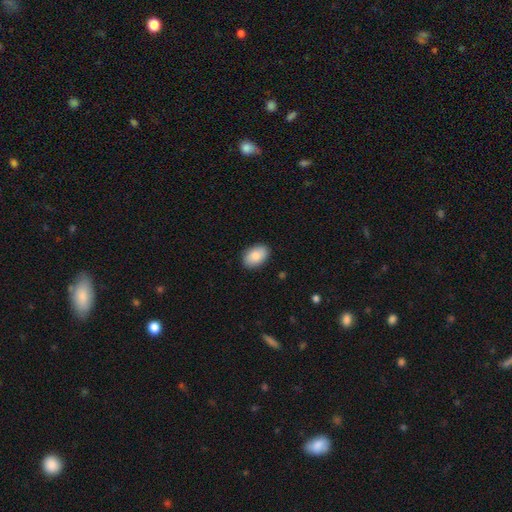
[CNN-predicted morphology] smooth-or-featured: smooth: 85% | featured or disk: 9% | star or artifact: 6%
  how-rounded: in between: 90% | round: 8% | cigar-shaped: 1%
  merging: none: 88% | minor disturbance: 9% | major disturbance: 2% | merger: 1%